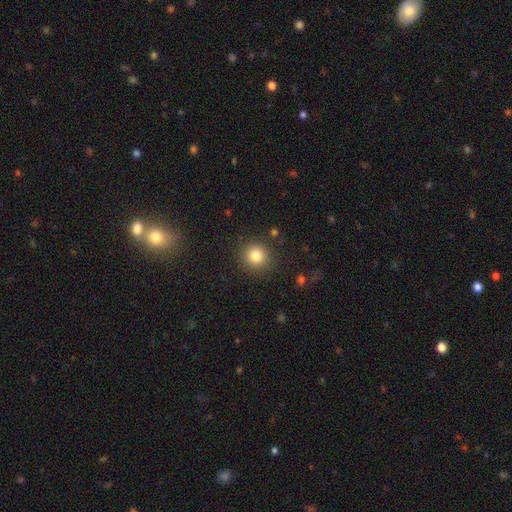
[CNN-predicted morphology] Smooth or featured: smooth — 82% (star or artifact — 12%)
How rounded: round — 93% (in between — 6%)
Merging: none — 89% (minor disturbance — 7%)